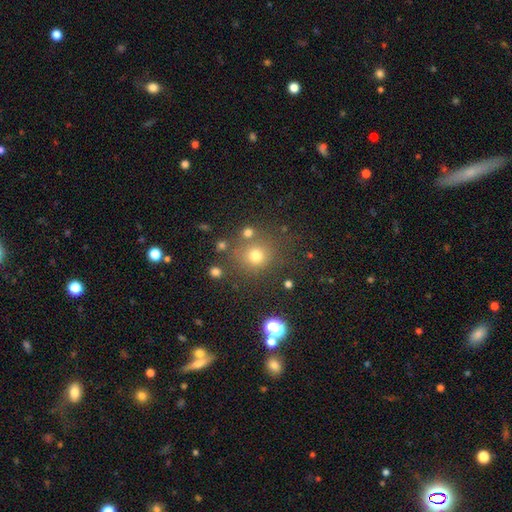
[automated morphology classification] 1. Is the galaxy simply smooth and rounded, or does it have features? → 72% smooth, 20% star or artifact, 8% featured or disk.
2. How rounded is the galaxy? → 90% round, 9% in between, 1% cigar-shaped.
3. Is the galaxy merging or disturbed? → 77% none, 10% minor disturbance, 8% merger, 5% major disturbance.